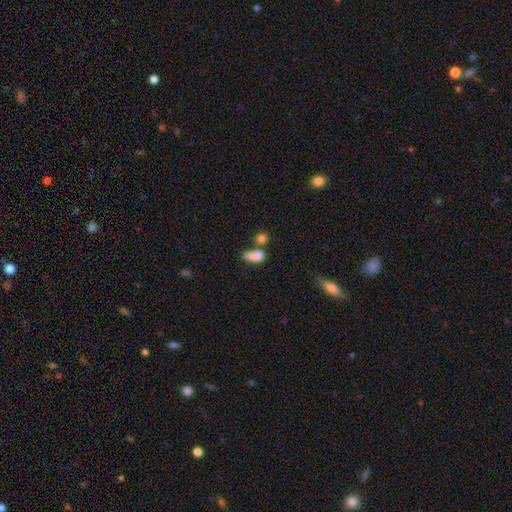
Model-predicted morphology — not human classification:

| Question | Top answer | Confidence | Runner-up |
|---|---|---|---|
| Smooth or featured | smooth | 74% | featured or disk (15%) |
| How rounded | in between | 64% | round (26%) |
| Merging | merger | 52% | none (26%) |